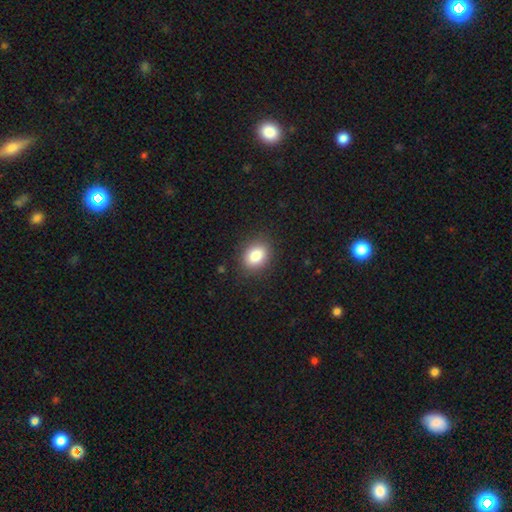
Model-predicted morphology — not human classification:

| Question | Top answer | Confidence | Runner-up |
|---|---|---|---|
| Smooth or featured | smooth | 83% | star or artifact (9%) |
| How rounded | in between | 56% | round (43%) |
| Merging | none | 87% | minor disturbance (9%) |